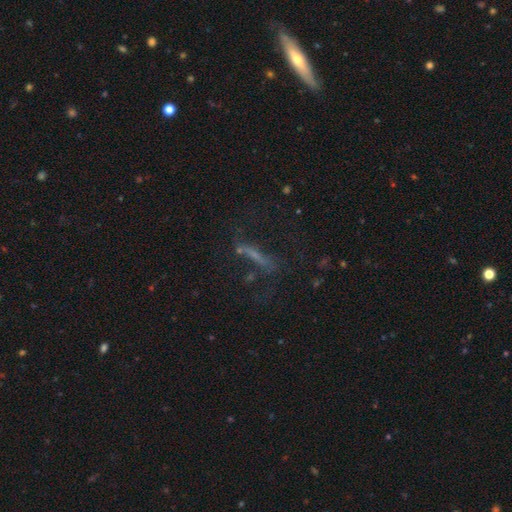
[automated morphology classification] The model was most divided on "smooth or featured": featured or disk: 41%, smooth: 34%, star or artifact: 25%. More confident: merging — none (53%).